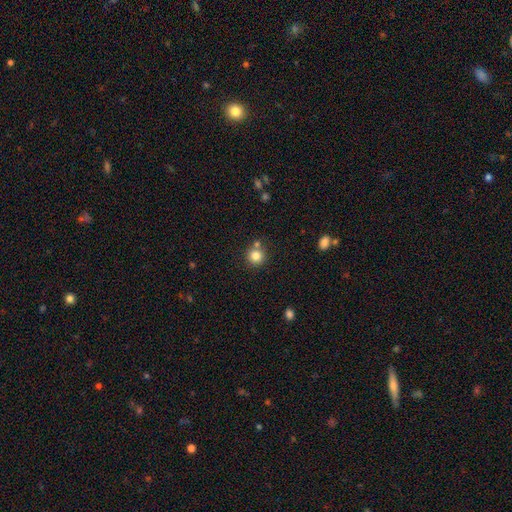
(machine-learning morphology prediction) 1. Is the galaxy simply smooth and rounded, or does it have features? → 82% smooth, 11% star or artifact, 7% featured or disk.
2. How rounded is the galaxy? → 92% round, 7% in between, 1% cigar-shaped.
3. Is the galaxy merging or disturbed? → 72% none, 16% merger, 9% minor disturbance, 3% major disturbance.